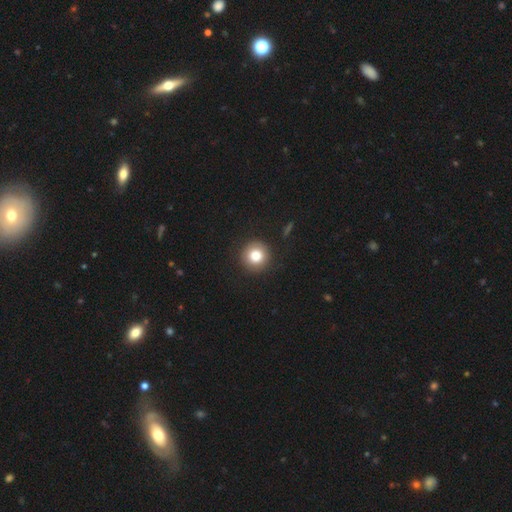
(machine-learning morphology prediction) smooth 80%, star or artifact 10%, featured or disk 9%. Down the decision tree: how rounded — round (95%); merging — none (91%).